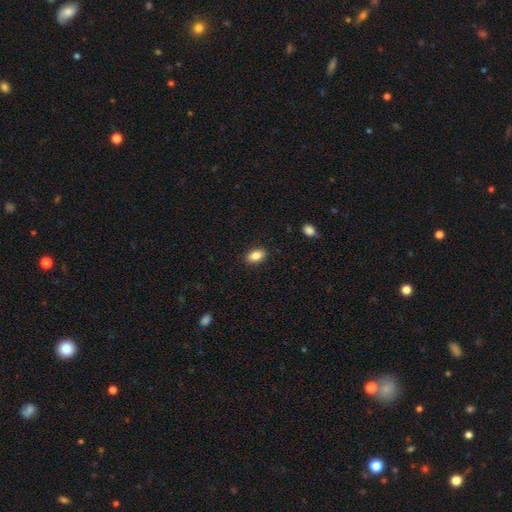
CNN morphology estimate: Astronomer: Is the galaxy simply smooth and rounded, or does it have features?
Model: smooth — 85%.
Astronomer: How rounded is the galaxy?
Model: in between — 89%.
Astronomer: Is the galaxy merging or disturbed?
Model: none — 88%.